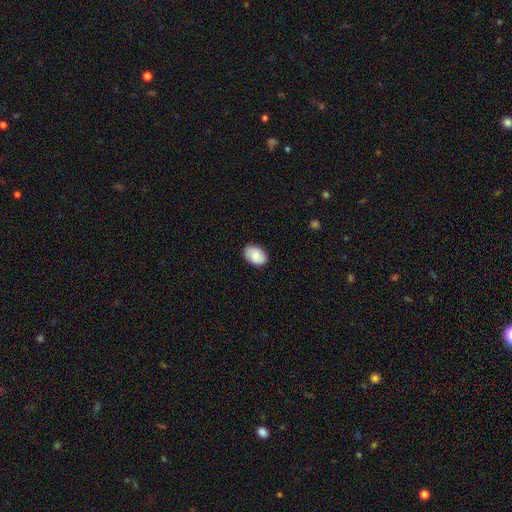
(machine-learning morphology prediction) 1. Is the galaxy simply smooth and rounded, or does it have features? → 77% smooth, 16% featured or disk, 7% star or artifact.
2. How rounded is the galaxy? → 82% in between, 17% round, 1% cigar-shaped.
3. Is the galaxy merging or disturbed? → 85% none, 12% minor disturbance, 2% major disturbance, 1% merger.